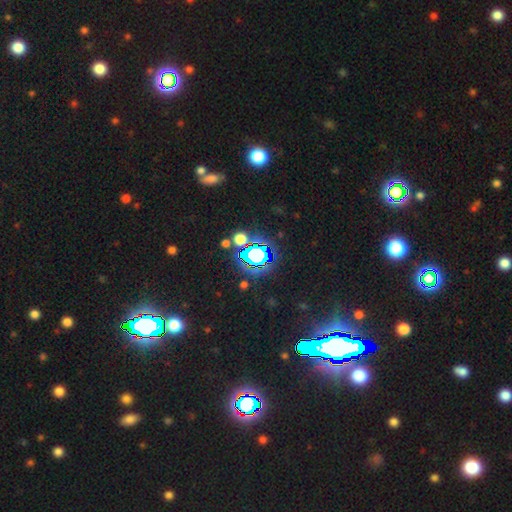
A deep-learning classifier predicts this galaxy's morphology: smooth-or-featured: star or artifact: 81% | smooth: 11% | featured or disk: 8%